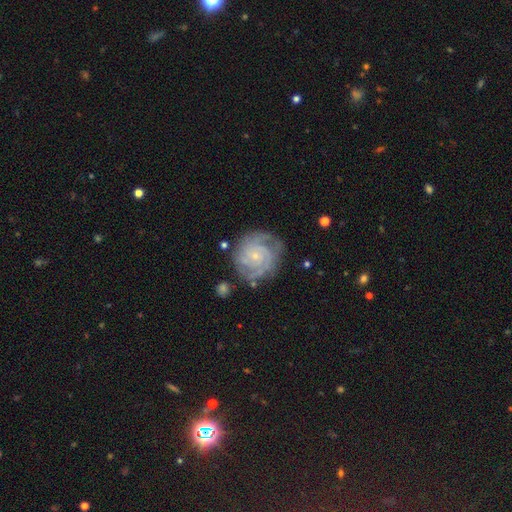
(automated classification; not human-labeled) Smooth or featured? featured or disk (88%)
Edge-on disk? no (98%)
Bar? no (76%)
Spiral arms? yes (98%)
Spiral winding? tight (75%)
Spiral arm count? 3 (31%)
Bulge size? small (84%)
Merging? none (76%)